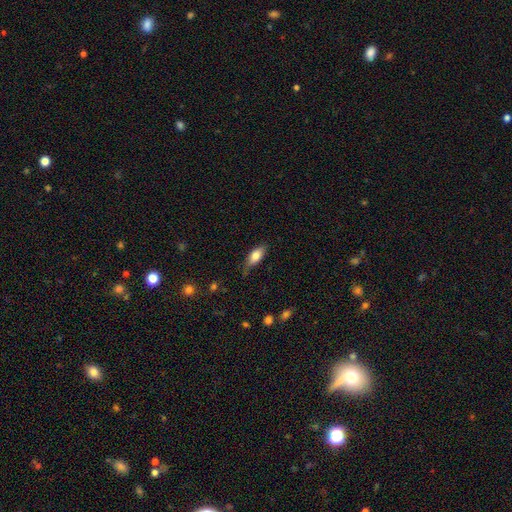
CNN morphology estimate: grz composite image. It shows a smooth galaxy with no disk features (77%) that is in between round and cigar-shaped (79%). Merging: none (68%).